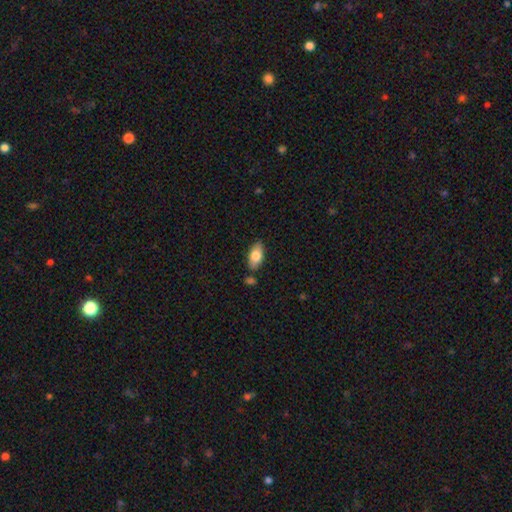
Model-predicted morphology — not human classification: smooth_or_featured: smooth (p=0.79) [alt: featured or disk p=0.14]
how_rounded: in between (p=0.91) [alt: cigar-shaped p=0.05]
merging: none (p=0.79) [alt: minor disturbance p=0.13]